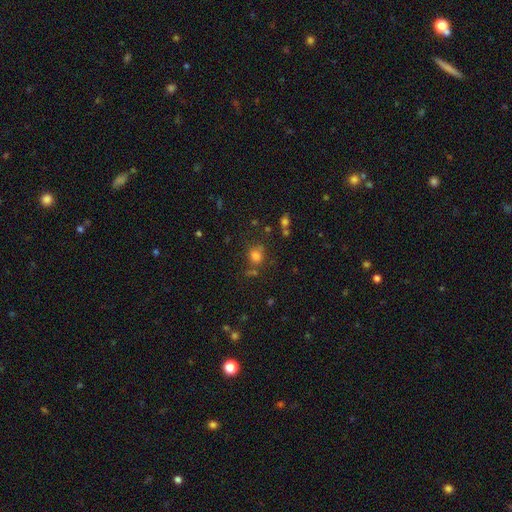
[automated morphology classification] Smooth or featured? Predicted: smooth (p=0.76). How rounded? Predicted: round (p=0.73). Merging? Predicted: none (p=0.67).